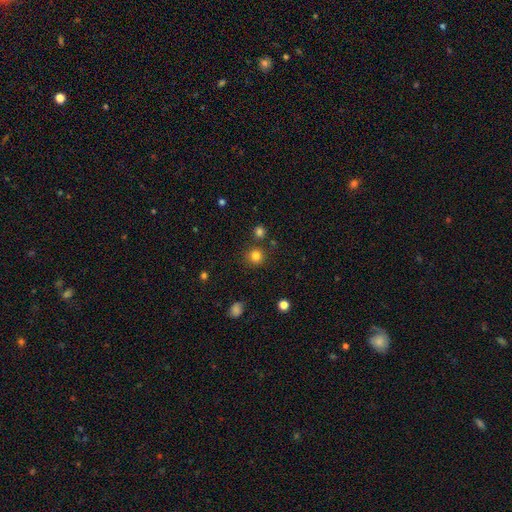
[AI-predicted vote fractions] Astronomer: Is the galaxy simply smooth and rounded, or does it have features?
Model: smooth — 81%.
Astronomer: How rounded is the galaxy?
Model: round — 93%.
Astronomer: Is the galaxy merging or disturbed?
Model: none — 84%.